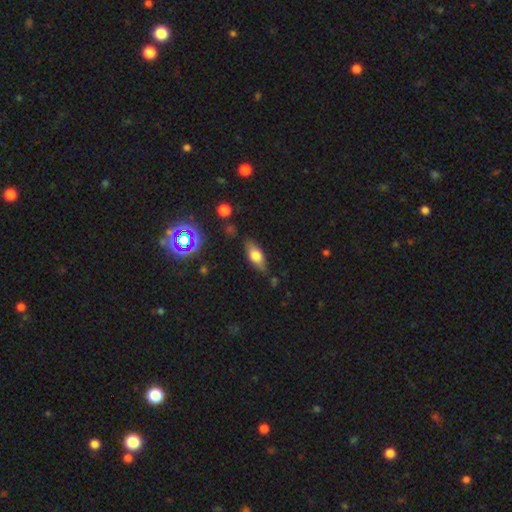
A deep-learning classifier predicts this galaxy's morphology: The model was most divided on "smooth or featured": smooth: 65%, featured or disk: 25%, star or artifact: 10%. More confident: merging — none (78%); how rounded — in between (76%).